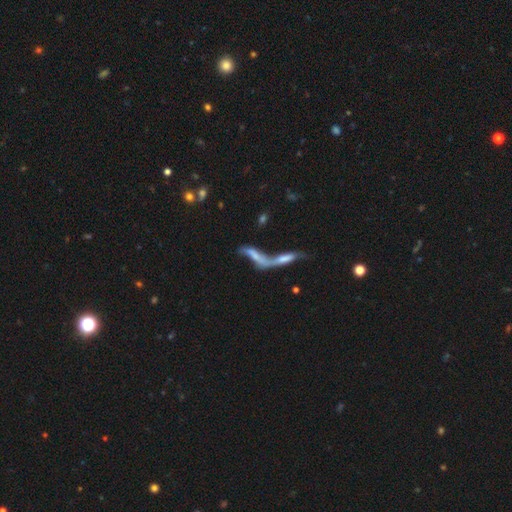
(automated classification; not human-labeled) Smooth or featured? Predicted: featured or disk (p=0.51). Edge-on disk? Predicted: no (p=0.70). Merging? Predicted: merger (p=0.73).